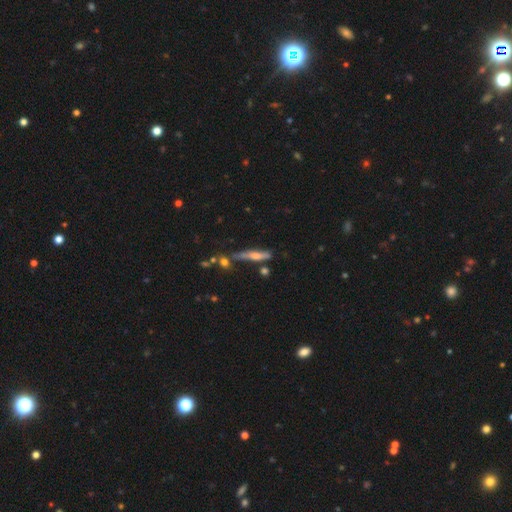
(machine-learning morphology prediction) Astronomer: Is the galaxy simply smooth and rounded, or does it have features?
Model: featured or disk — 57% (runner-up: smooth, 34%).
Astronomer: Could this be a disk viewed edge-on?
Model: yes — 88%.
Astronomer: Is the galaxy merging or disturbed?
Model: none — 64%.